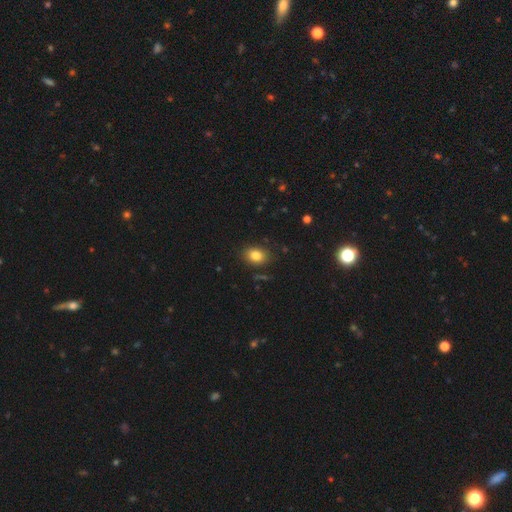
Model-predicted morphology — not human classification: A smooth galaxy with no disk features (82%) that is in between round and cigar-shaped (66%). Merging: none (85%).